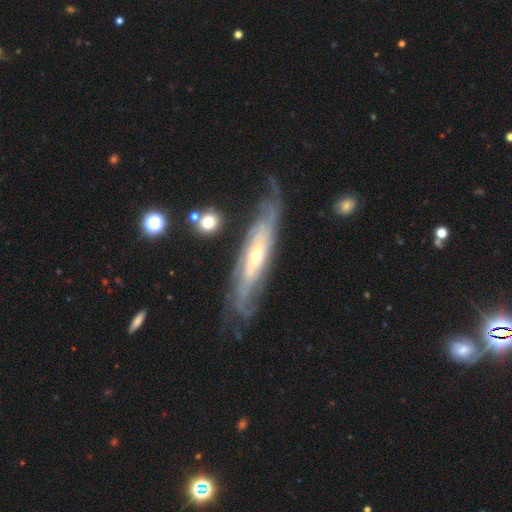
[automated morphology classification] type=featured or disk (85%); edge-on=no (71%); bar=no (56%); spiral arms=yes (93%); winding=tight (62%); arm count=can't tell (50%); bulge=small (60%); merging=none (71%).